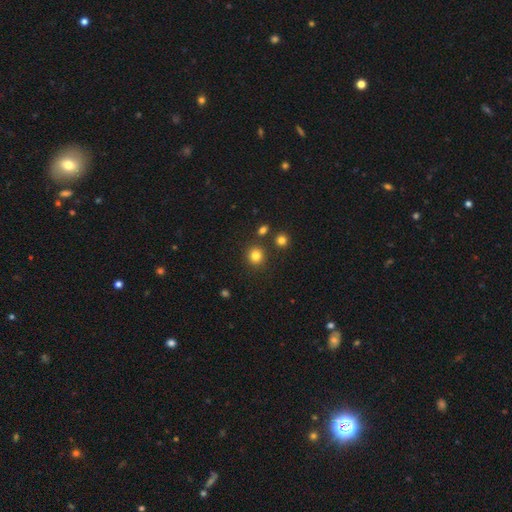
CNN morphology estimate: A smooth galaxy with no disk features (82%) that is round (91%). Merging: none (86%).